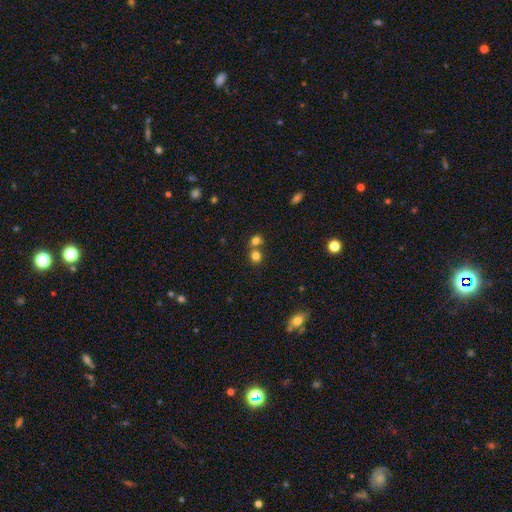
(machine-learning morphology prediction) Smooth or featured: smooth — 78% (star or artifact — 15%)
How rounded: round — 82% (in between — 17%)
Merging: none — 54% (merger — 37%)